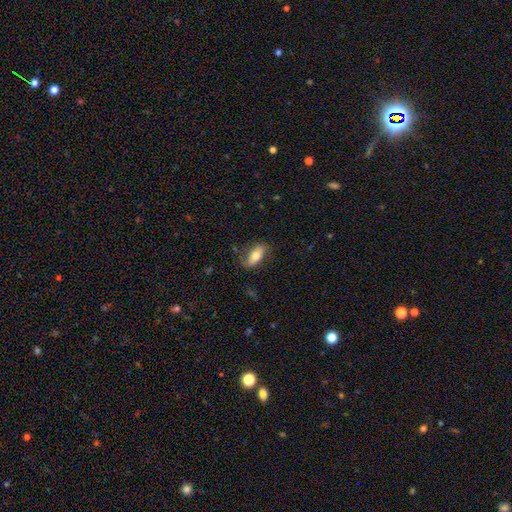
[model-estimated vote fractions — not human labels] Smooth or featured: smooth — 64% (featured or disk — 29%)
How rounded: in between — 79% (cigar-shaped — 18%)
Merging: none — 73% (minor disturbance — 19%)